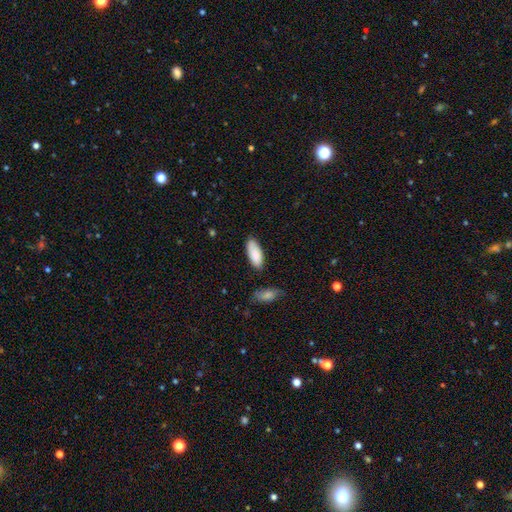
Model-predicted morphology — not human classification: type=smooth (85%); roundness=in between (83%); merging=none (75%).